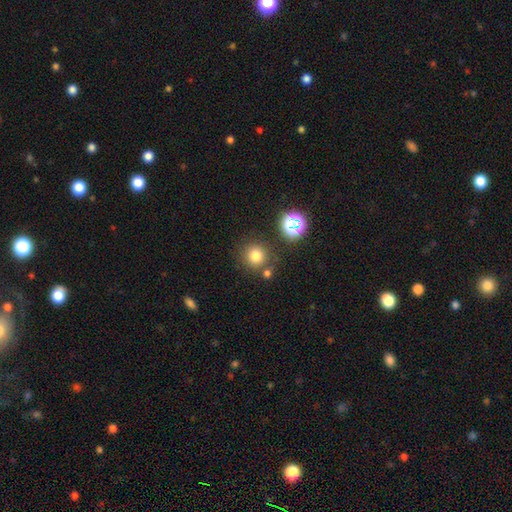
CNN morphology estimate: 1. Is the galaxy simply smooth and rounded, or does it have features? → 76% smooth, 17% star or artifact, 7% featured or disk.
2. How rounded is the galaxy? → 92% round, 7% in between, 1% cigar-shaped.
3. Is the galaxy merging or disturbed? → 78% none, 9% merger, 9% minor disturbance, 4% major disturbance.